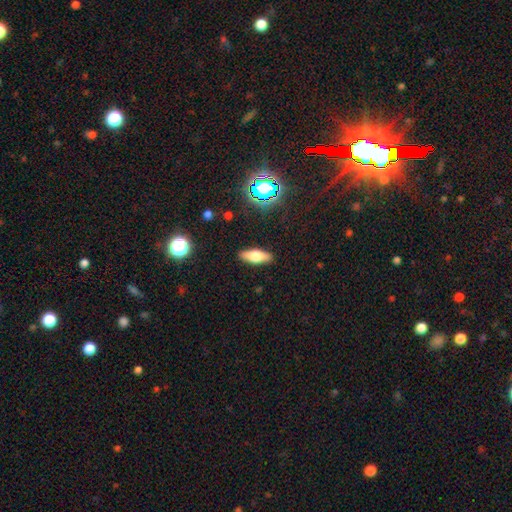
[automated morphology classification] The model was most divided on "how rounded": in between: 64%, cigar-shaped: 33%, round: 3%. More confident: merging — none (88%); smooth or featured — smooth (65%).